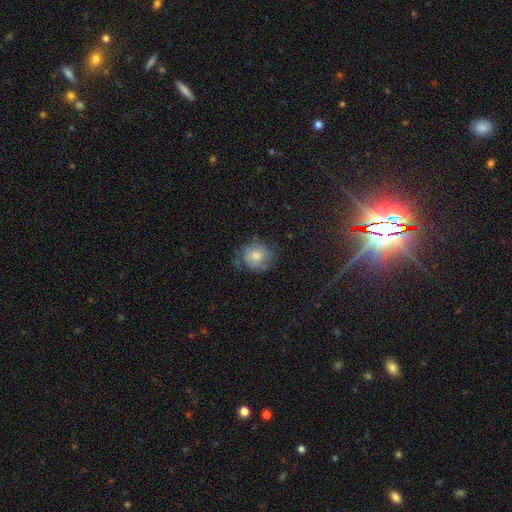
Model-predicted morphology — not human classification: Smooth or featured? Predicted: smooth (p=0.46). Merging? Predicted: none (p=0.65).